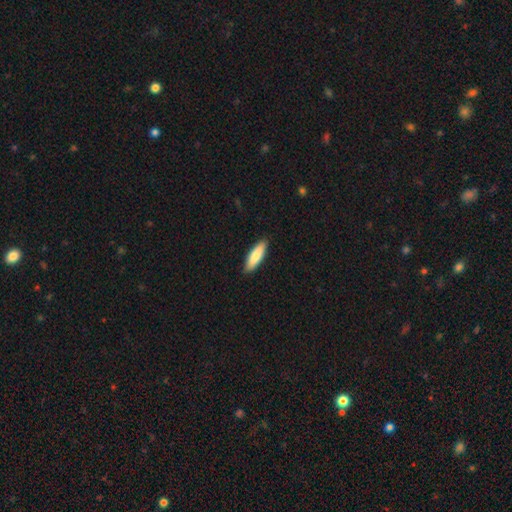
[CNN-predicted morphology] smooth_or_featured: smooth (p=0.83) [alt: featured or disk p=0.12]
how_rounded: cigar-shaped (p=0.54) [alt: in between p=0.44]
merging: none (p=0.90) [alt: minor disturbance p=0.08]